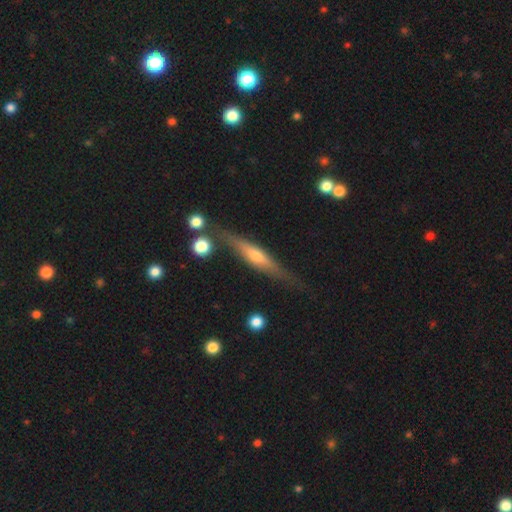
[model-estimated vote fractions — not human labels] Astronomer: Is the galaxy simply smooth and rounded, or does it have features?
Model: featured or disk — 68%.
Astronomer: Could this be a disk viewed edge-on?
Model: yes — 95%.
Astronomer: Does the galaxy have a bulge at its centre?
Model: rounded — 73%.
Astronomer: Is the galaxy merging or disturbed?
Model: none — 81%.